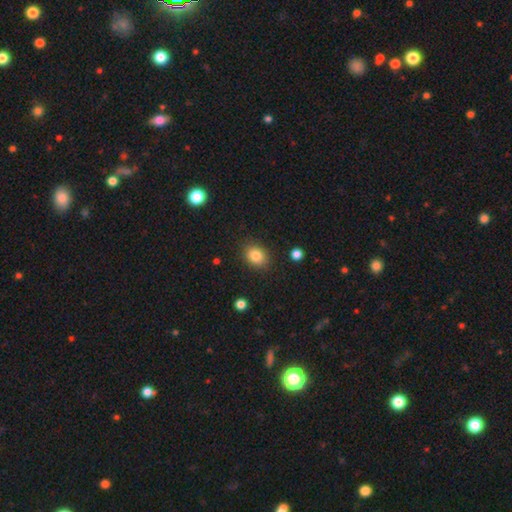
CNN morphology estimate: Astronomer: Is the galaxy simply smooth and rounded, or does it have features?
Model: smooth — 83%.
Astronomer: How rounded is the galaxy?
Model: in between — 52% (runner-up: round, 47%).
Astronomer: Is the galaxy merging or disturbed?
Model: none — 87%.